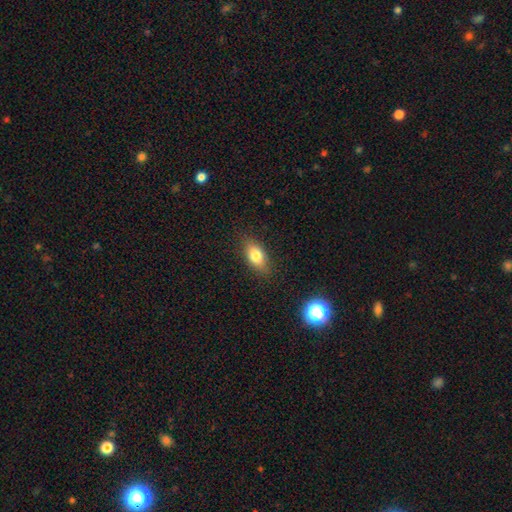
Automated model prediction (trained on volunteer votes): A smooth galaxy with no disk features (77%) that is in between round and cigar-shaped (83%). Merging: none (84%).